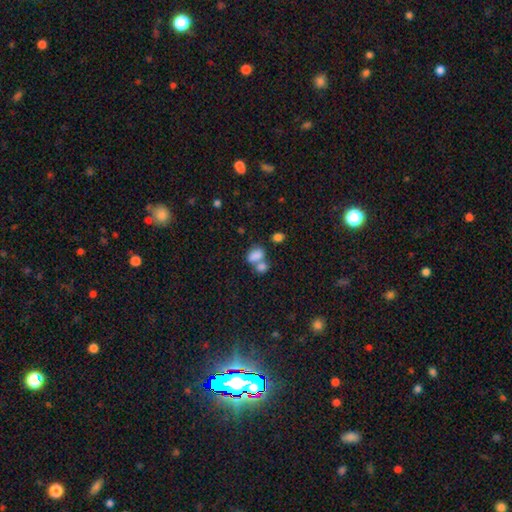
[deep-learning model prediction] This is likely a smooth galaxy (80%). How rounded: clearly in between (81%). Merging: possibly merger (58%).